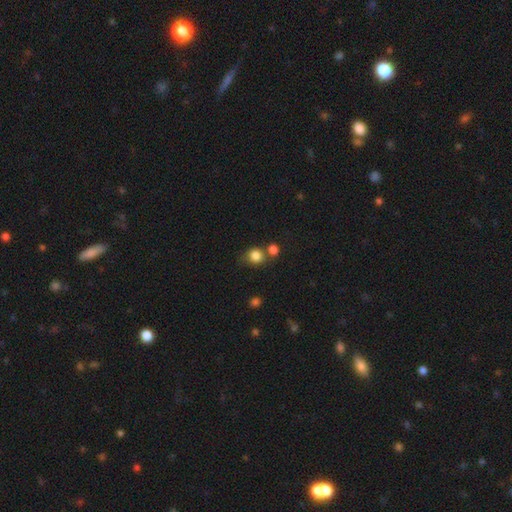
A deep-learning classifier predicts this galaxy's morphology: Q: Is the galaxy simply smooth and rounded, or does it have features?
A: smooth — 83%.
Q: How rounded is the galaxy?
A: round — 80%.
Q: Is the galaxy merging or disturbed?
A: none — 56%.